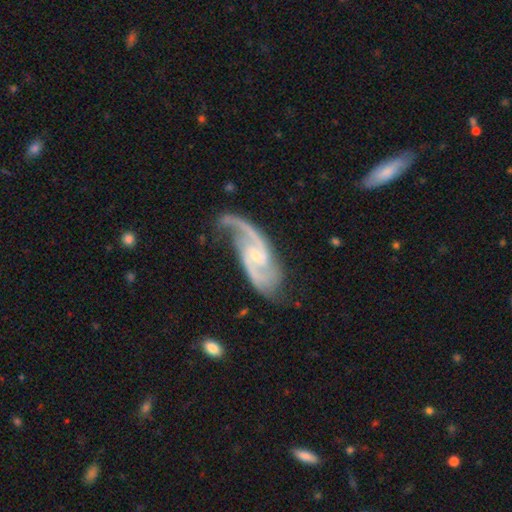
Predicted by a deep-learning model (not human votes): This appears to be a featured or disk galaxy (93%) with no bar (45%), 2 (90%) medium (53%) spiral arms (98%) and a small central bulge (72%). Merging: none (64%).